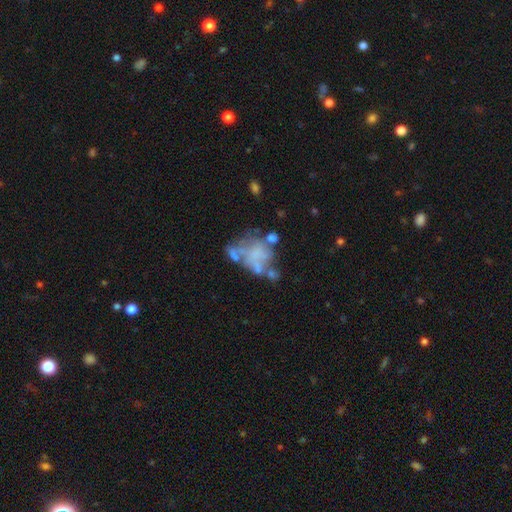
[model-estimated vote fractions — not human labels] Smooth or featured?
  - featured or disk: 60% *
  - smooth: 27%
  - star or artifact: 14%
Edge-on disk?
  - no: 98% *
  - yes: 2%
Bar?
  - no: 92% *
  - weak: 6%
  - strong: 2%
Spiral arms?
  - no: 91% *
  - yes: 9%
Bulge size?
  - none: 79% *
  - small: 9%
  - moderate: 8%
  - large: 3%
  - dominant: 1%
Merging?
  - none: 31% *
  - major disturbance: 30%
  - merger: 20%
  - minor disturbance: 19%